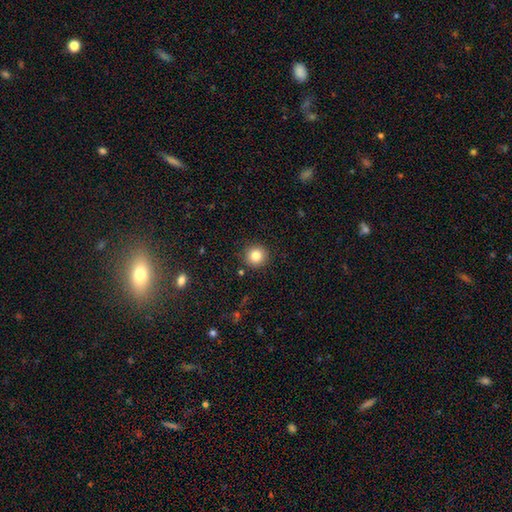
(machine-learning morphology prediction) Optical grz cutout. It shows a smooth galaxy with no disk features (82%) that is round (94%). Merging: none (91%).